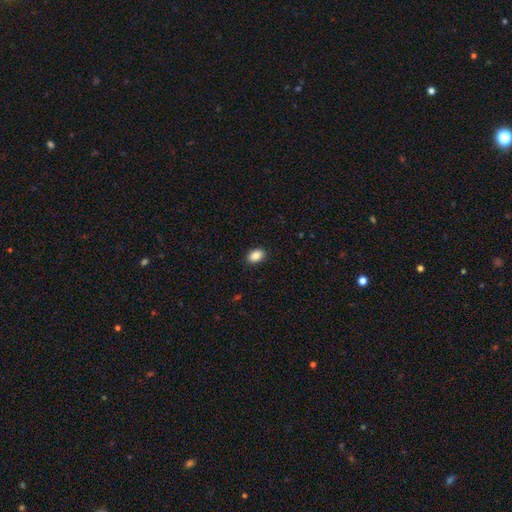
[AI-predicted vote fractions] Smooth or featured? Predicted: smooth (p=0.89). How rounded? Predicted: in between (p=0.86). Merging? Predicted: none (p=0.90).